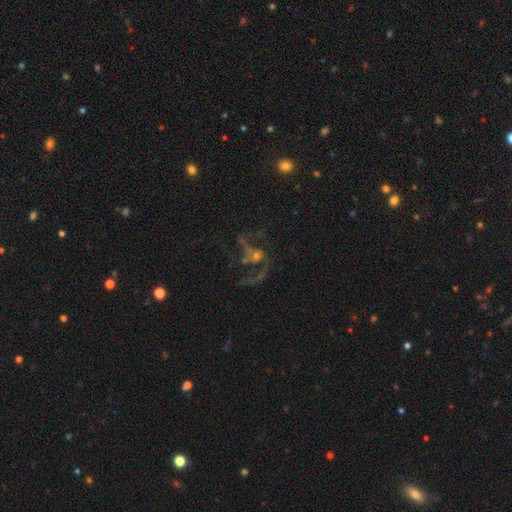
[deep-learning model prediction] Morphology: type=featured or disk (69%); edge-on=no (97%); bar=no (73%); spiral arms=yes (71%); bulge=small (46%); merging=none (39%).